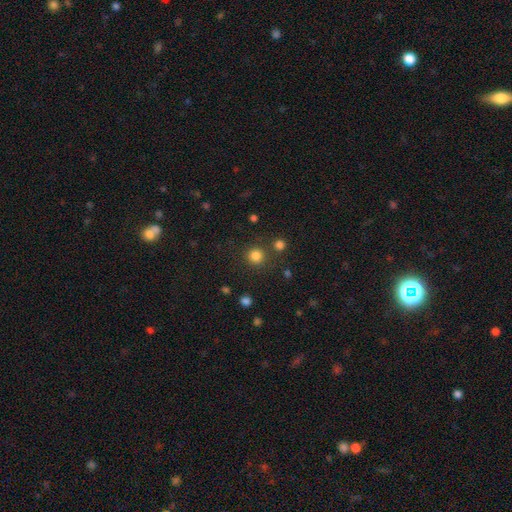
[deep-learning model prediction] Smooth or featured: smooth — 82% (star or artifact — 14%)
How rounded: round — 94% (in between — 5%)
Merging: none — 83% (merger — 7%)